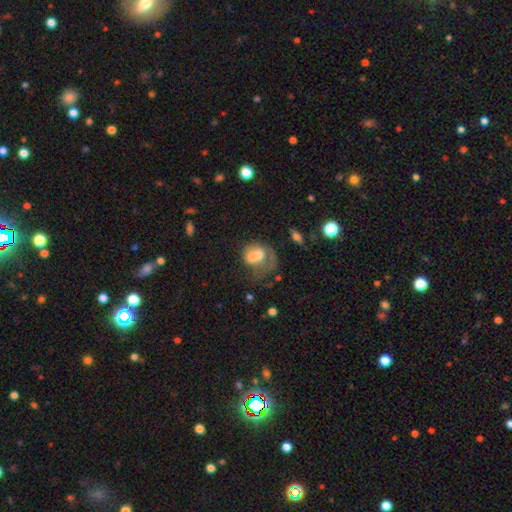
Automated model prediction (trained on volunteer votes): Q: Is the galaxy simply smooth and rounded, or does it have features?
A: smooth — 52%.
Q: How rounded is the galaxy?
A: in between — 56%.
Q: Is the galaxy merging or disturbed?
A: major disturbance — 40%.